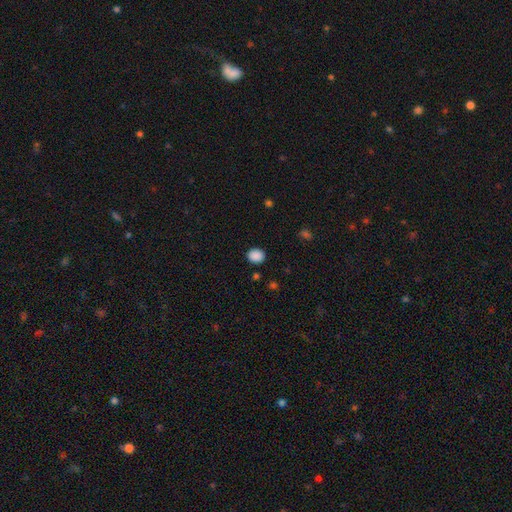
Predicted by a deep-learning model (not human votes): The model was most divided on "how rounded": round: 66%, in between: 34%, cigar-shaped: 1%. More confident: smooth or featured — smooth (88%); merging — none (88%).